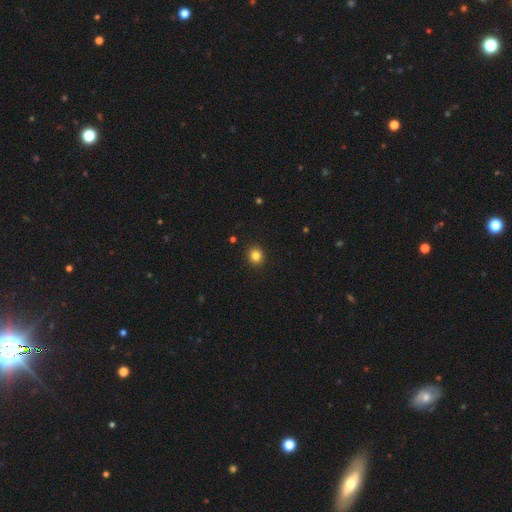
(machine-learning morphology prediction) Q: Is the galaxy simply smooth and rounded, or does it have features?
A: smooth — 83%.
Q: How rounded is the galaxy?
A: round — 84%.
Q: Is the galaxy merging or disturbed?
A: none — 93%.